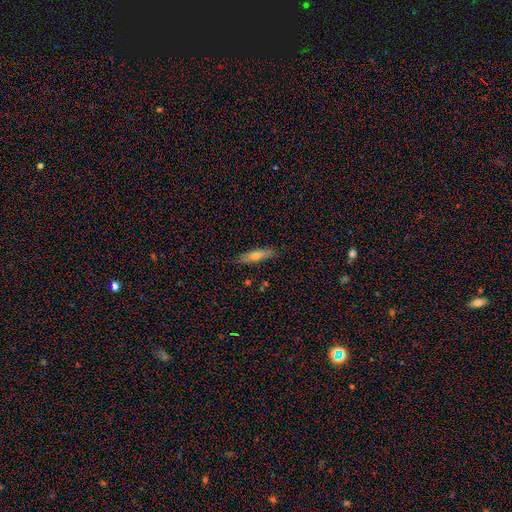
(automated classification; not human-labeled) This is likely a smooth galaxy (63%). How rounded: likely cigar-shaped (75%). Merging: clearly none (86%).